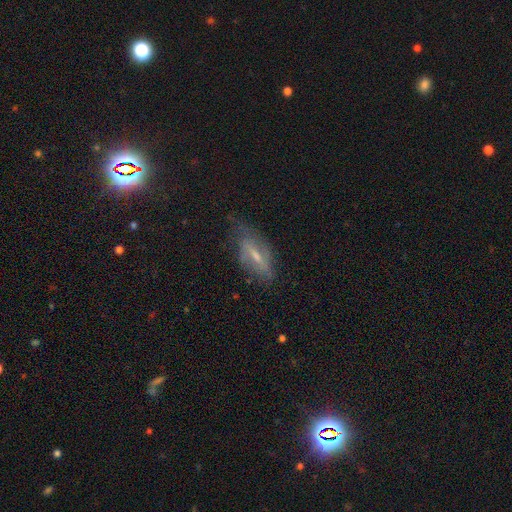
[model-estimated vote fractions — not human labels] This is possibly a featured or disk galaxy (57%). It is likely not viewed edge-on (73%). Merging: possibly none (58%).